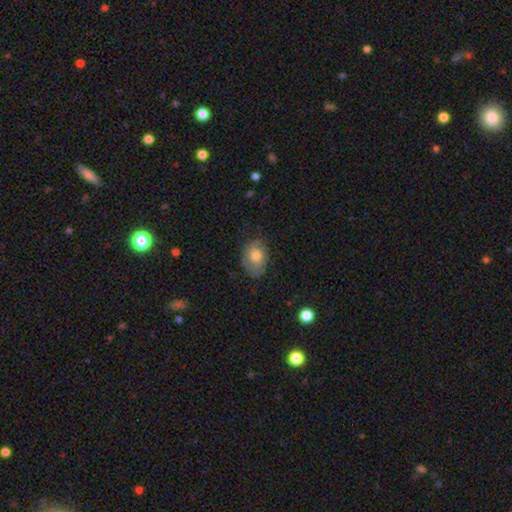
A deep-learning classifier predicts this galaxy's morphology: Q: Smooth or featured?
A: smooth (68%); runner-up: featured or disk (24%)
Q: How rounded?
A: in between (73%); runner-up: round (26%)
Q: Merging?
A: none (65%); runner-up: minor disturbance (26%)